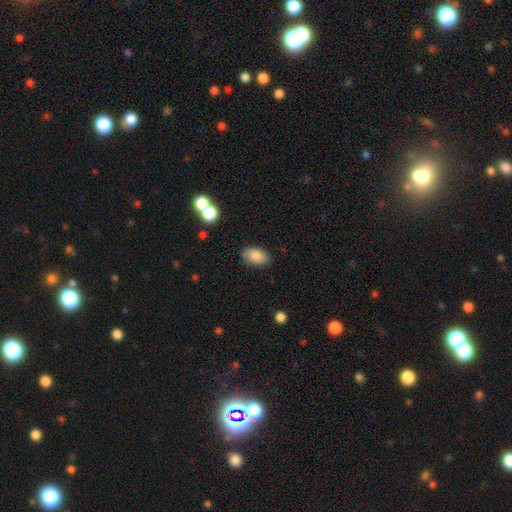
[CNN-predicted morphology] smooth_or_featured: smooth (p=0.86) [alt: star or artifact p=0.08]
how_rounded: in between (p=0.90) [alt: round p=0.09]
merging: none (p=0.81) [alt: minor disturbance p=0.14]